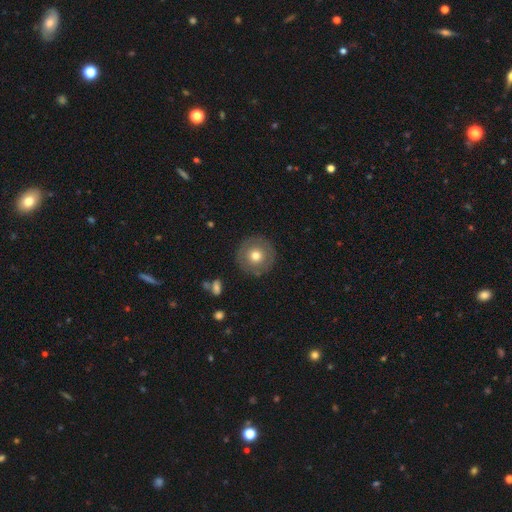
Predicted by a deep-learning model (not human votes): This appears to be a smooth galaxy with no disk features (63%) that is round (96%). Merging: none (89%).